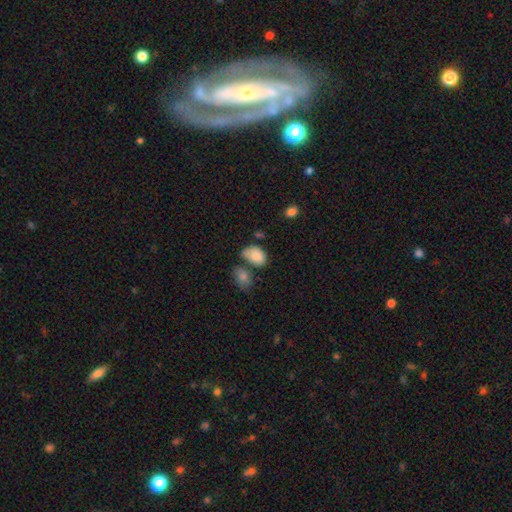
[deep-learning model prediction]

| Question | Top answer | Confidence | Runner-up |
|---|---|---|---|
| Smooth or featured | smooth | 84% | star or artifact (8%) |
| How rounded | in between | 86% | round (13%) |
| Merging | none | 40% | minor disturbance (27%) |